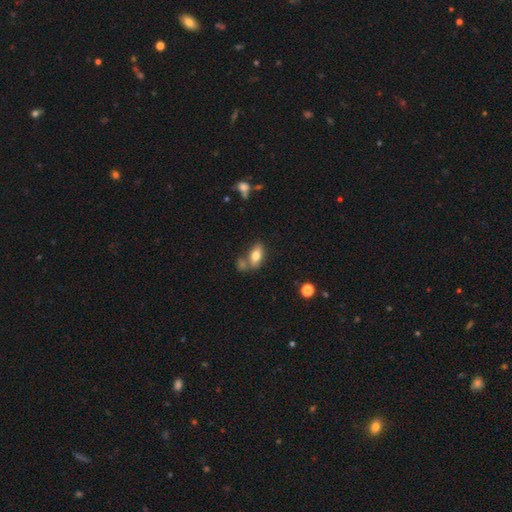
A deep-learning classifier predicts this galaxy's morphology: smooth-or-featured: smooth: 74% | featured or disk: 18% | star or artifact: 8%
  how-rounded: in between: 86% | cigar-shaped: 9% | round: 5%
  merging: none: 56% | merger: 24% | minor disturbance: 15% | major disturbance: 5%